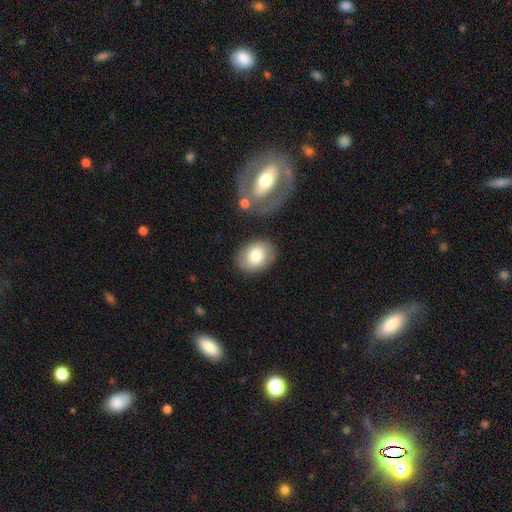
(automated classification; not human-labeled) Smooth or featured? smooth (80%)
How rounded? in between (67%)
Merging? none (80%)